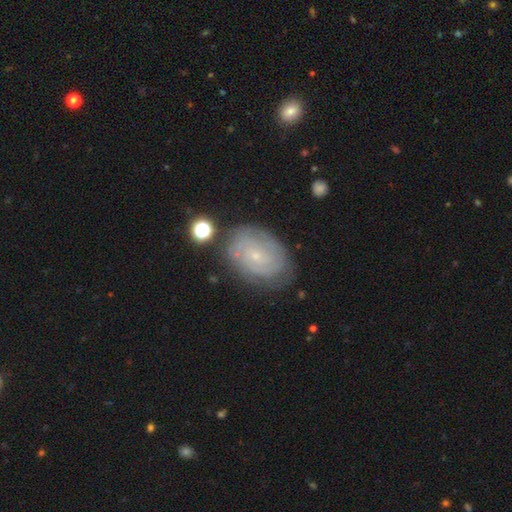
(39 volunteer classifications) Morphology: type=featured or disk (62%); edge-on=no (96%); bar=no (70%); spiral arms=yes (91%); winding=tight (76%); arm count=can't tell (33%); bulge=small (87%); merging=none (55%).